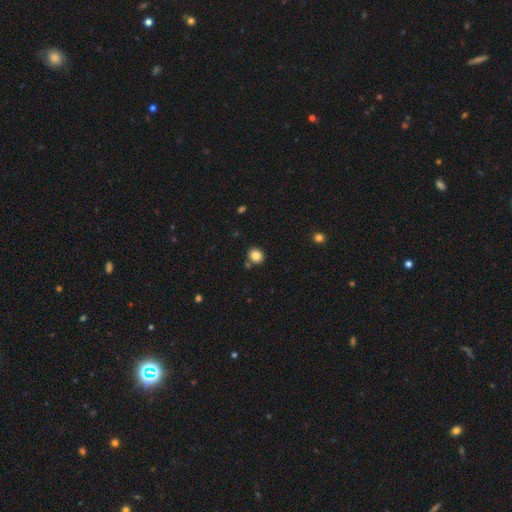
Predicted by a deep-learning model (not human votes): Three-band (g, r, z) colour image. It shows a smooth galaxy with no disk features (84%) that is round (83%). Merging: none (83%).